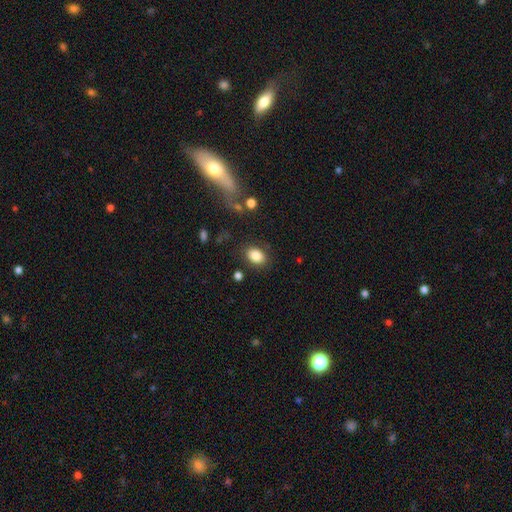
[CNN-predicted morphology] Smooth or featured: smooth — 85% (star or artifact — 9%)
How rounded: in between — 75% (round — 24%)
Merging: none — 82% (minor disturbance — 11%)